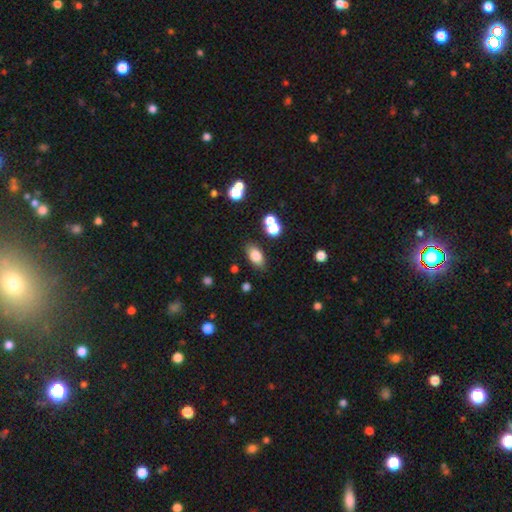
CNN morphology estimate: This is likely a smooth galaxy (79%). How rounded: clearly in between (86%). Merging: likely none (79%).